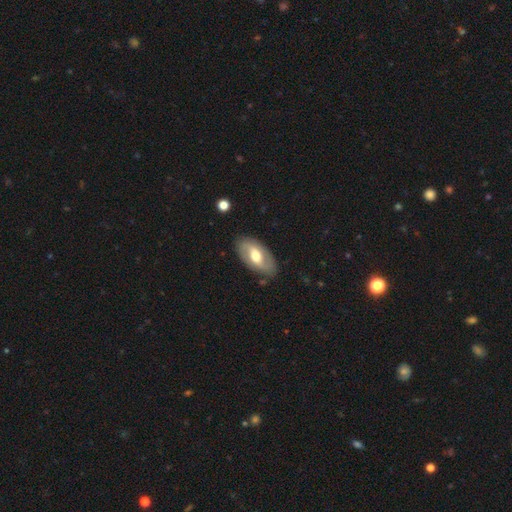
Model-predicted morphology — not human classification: Smooth or featured: featured or disk — 58% (smooth — 37%)
Edge-on disk: no — 91% (yes — 9%)
Bar: weak — 43% (no — 33%)
Spiral arms: yes — 64% (no — 36%)
Bulge size: moderate — 70% (large — 15%)
Merging: none — 82% (minor disturbance — 13%)